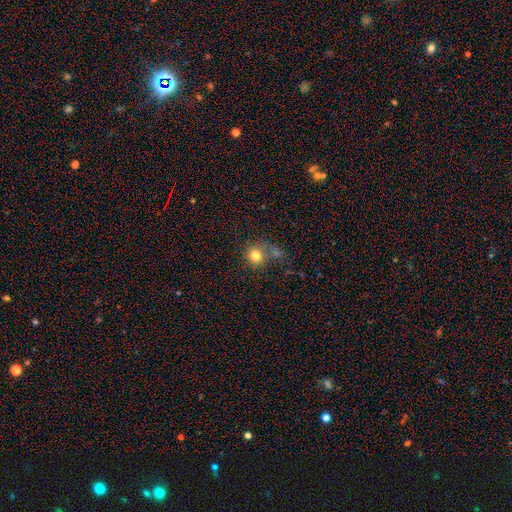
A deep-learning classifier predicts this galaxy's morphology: Overall: smooth (78%). How rounded: round (87%). Merging: none (58%; merger 19%).